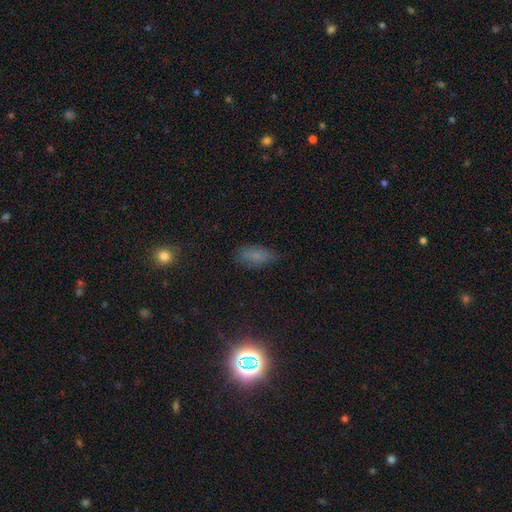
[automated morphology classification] The model was most divided on "smooth or featured": smooth: 67%, star or artifact: 22%, featured or disk: 12%. More confident: how rounded — in between (84%); merging — none (72%).